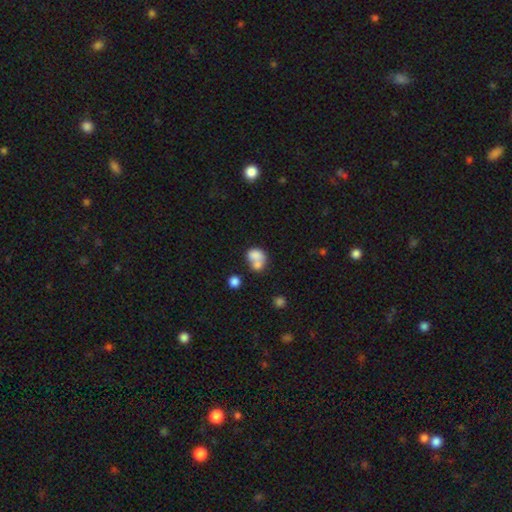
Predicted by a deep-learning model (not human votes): Q: Smooth or featured?
A: smooth (75%); runner-up: featured or disk (16%)
Q: How rounded?
A: in between (54%); runner-up: round (45%)
Q: Merging?
A: merger (60%); runner-up: none (25%)